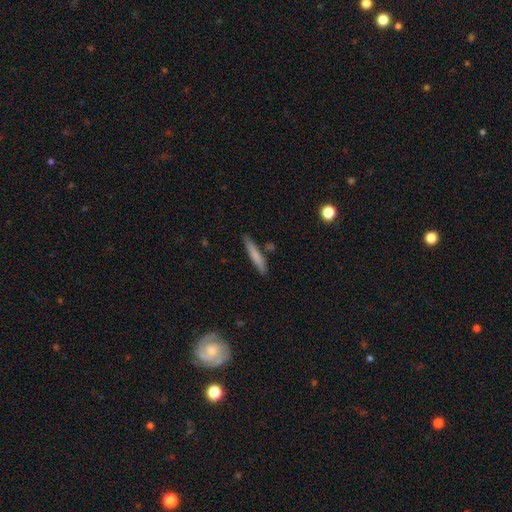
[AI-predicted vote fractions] Smooth or featured?
  - smooth: 72% *
  - featured or disk: 22%
  - star or artifact: 6%
How rounded?
  - cigar-shaped: 93% *
  - in between: 5%
  - round: 1%
Merging?
  - none: 83% *
  - minor disturbance: 11%
  - merger: 4%
  - major disturbance: 2%